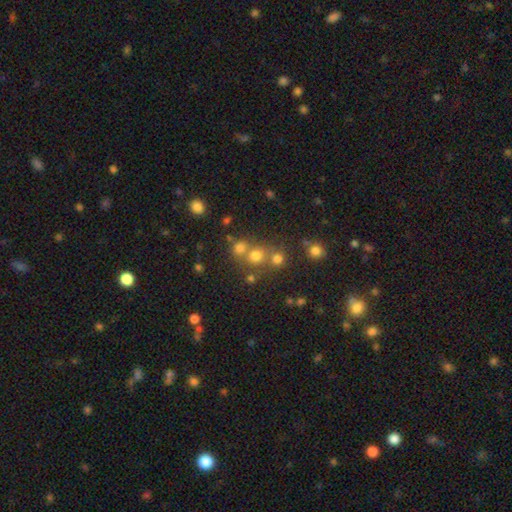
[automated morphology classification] smooth-or-featured: smooth: 66% | star or artifact: 24% | featured or disk: 11%
  how-rounded: round: 86% | in between: 12% | cigar-shaped: 1%
  merging: none: 56% | merger: 34% | minor disturbance: 7% | major disturbance: 3%